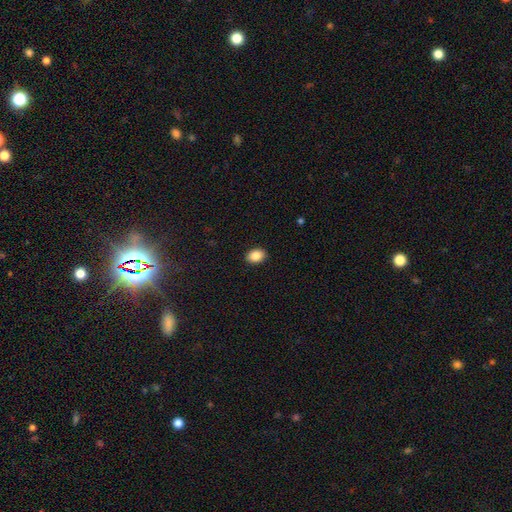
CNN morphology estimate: This is clearly a smooth galaxy (87%). How rounded: likely in between (72%). Merging: clearly none (90%).